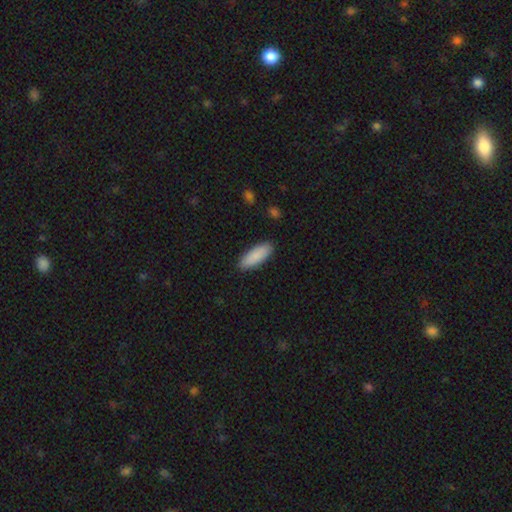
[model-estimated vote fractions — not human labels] The model was most divided on "how rounded": in between: 65%, cigar-shaped: 33%, round: 2%. More confident: merging — none (89%); smooth or featured — smooth (89%).